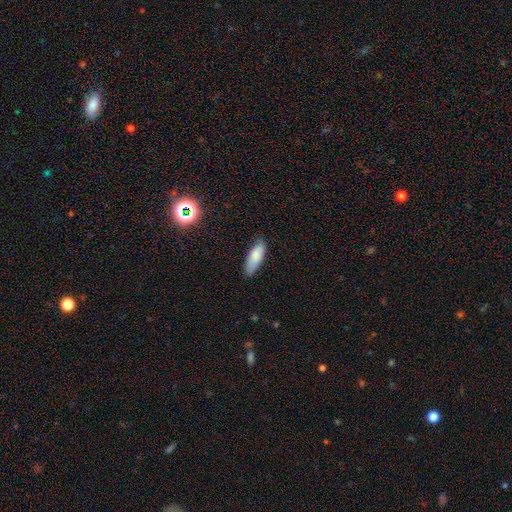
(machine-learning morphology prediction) type=smooth (84%); roundness=in between (68%); merging=none (70%).